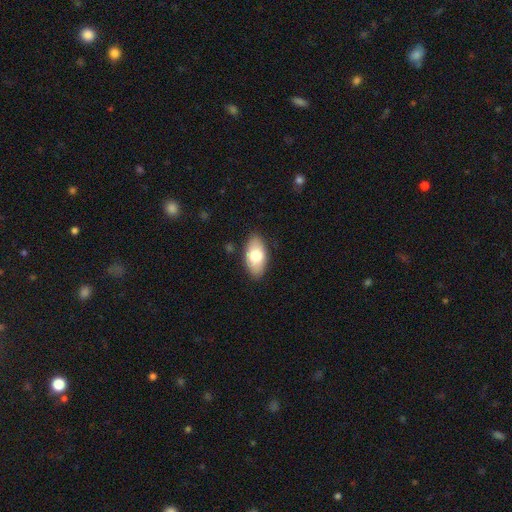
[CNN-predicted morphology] Smooth or featured? smooth (73%)
How rounded? in between (93%)
Merging? none (85%)